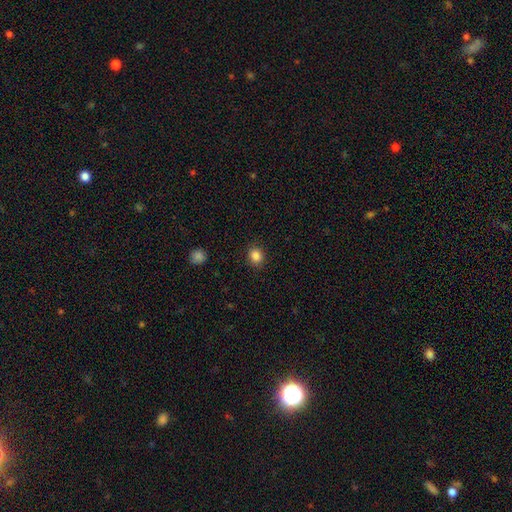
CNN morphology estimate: This is clearly a smooth galaxy (86%). How rounded: likely round (71%). Merging: clearly none (90%).